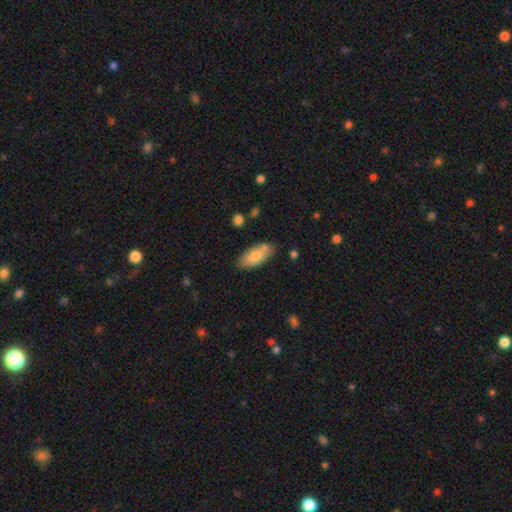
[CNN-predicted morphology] A smooth galaxy with no disk features (78%) that is in between round and cigar-shaped (86%).

Vote fractions:
- Smooth or featured? smooth: 78% / featured or disk: 16% / star or artifact: 7%
- How rounded? in between: 86% / cigar-shaped: 12% / round: 2%
- Merging? none: 75% / minor disturbance: 15% / merger: 6% / major disturbance: 3%